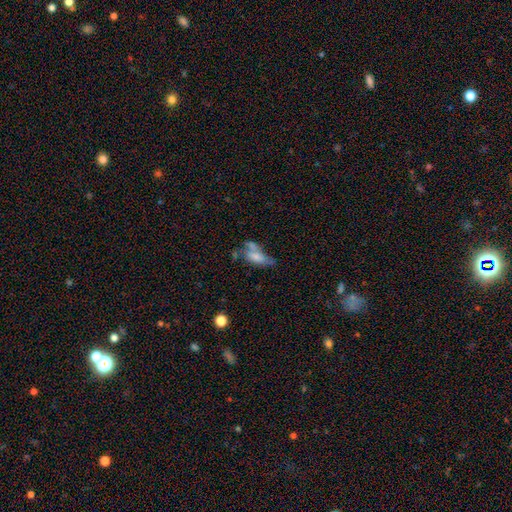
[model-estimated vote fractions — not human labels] Smooth or featured?
  - smooth: 59% *
  - featured or disk: 31%
  - star or artifact: 10%
How rounded?
  - in between: 77% *
  - cigar-shaped: 20%
  - round: 4%
Merging?
  - none: 28% * (tied)
  - merger: 28% * (tied)
  - minor disturbance: 22%
  - major disturbance: 22%